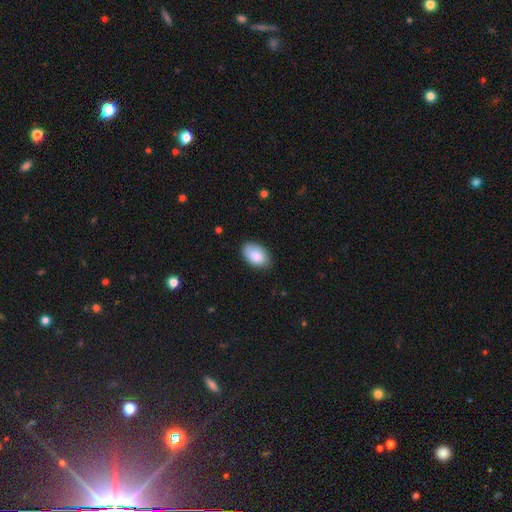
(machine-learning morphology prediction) This is clearly a smooth galaxy (86%). How rounded: clearly in between (92%). Merging: likely none (80%).